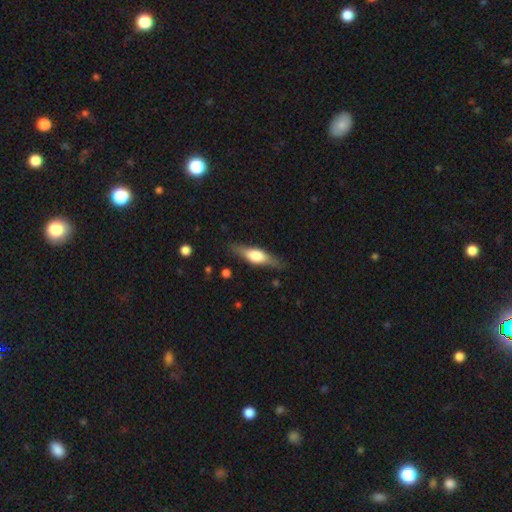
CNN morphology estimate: Smooth or featured? featured or disk (50%)
Edge-on disk? yes (91%)
Merging? none (82%)